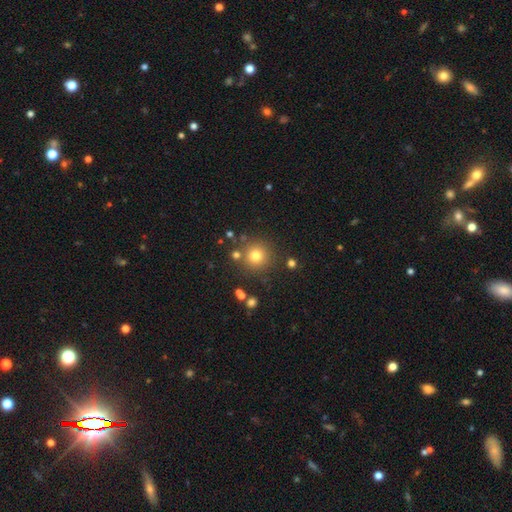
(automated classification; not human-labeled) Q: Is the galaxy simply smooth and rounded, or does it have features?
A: smooth — 77%.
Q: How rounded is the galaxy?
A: round — 95%.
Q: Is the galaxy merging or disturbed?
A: none — 83%.